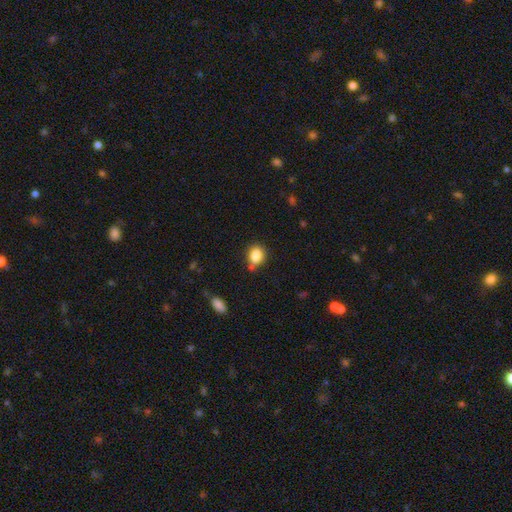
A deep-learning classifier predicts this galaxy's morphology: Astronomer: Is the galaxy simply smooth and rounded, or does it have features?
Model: smooth — 85%.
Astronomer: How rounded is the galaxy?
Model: in between — 51% (runner-up: round, 47%).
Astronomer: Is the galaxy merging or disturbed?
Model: none — 66%.